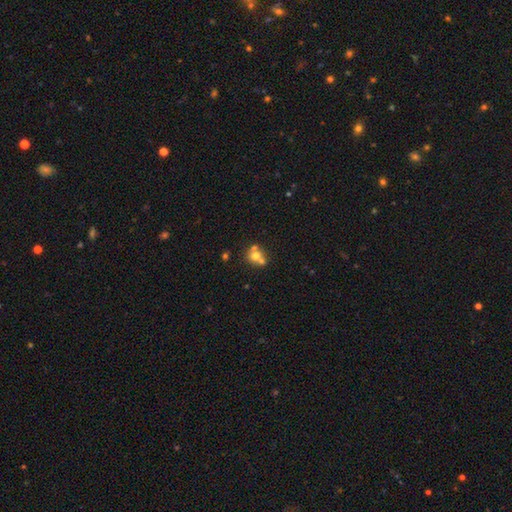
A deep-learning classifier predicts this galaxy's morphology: Smooth or featured?
  - smooth: 64% *
  - featured or disk: 23%
  - star or artifact: 13%
How rounded?
  - round: 78% *
  - in between: 21%
  - cigar-shaped: 1%
Merging?
  - merger: 51% *
  - none: 38%
  - minor disturbance: 8%
  - major disturbance: 3%